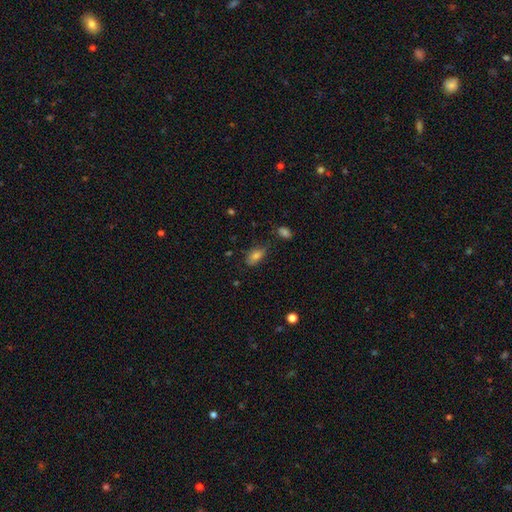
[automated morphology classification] type=smooth (78%); roundness=in between (89%); merging=none (70%).